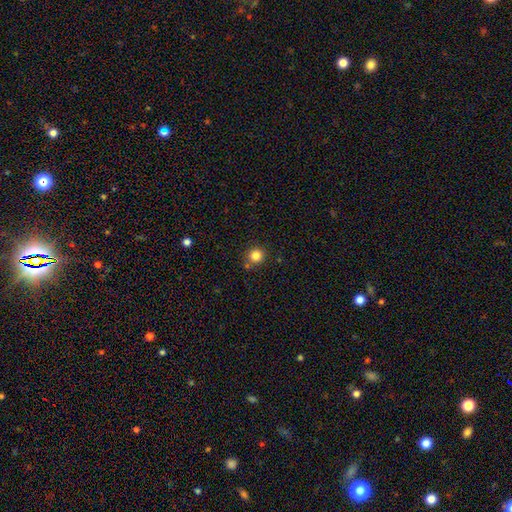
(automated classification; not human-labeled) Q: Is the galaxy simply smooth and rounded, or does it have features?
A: smooth — 83%.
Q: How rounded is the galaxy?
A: round — 91%.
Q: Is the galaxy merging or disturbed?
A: none — 80%.